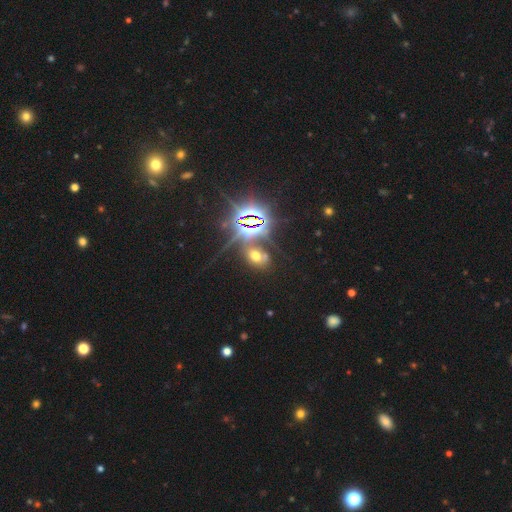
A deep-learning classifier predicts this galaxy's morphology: Overall: star or artifact (53%; smooth 33%).